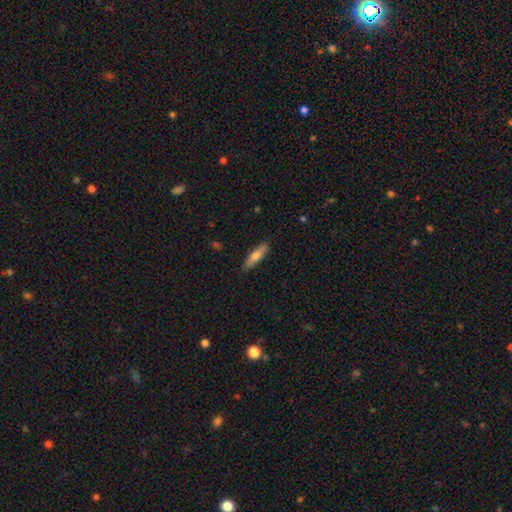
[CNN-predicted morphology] This appears to be a smooth galaxy with no disk features (66%) that is cigar-shaped (71%). Merging: none (88%).